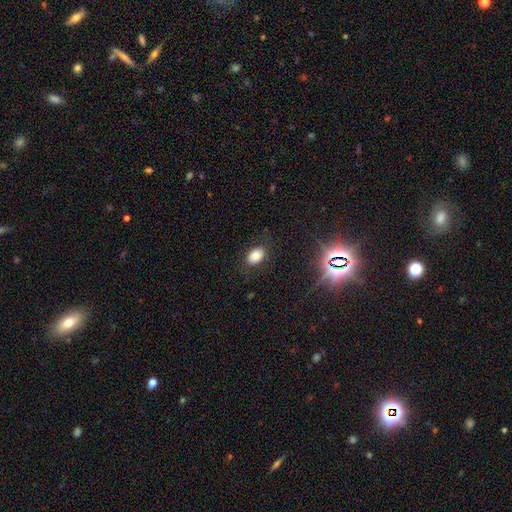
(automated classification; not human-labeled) The model was most divided on "smooth or featured": smooth: 78%, star or artifact: 13%, featured or disk: 9%. More confident: merging — none (83%); how rounded — in between (83%).